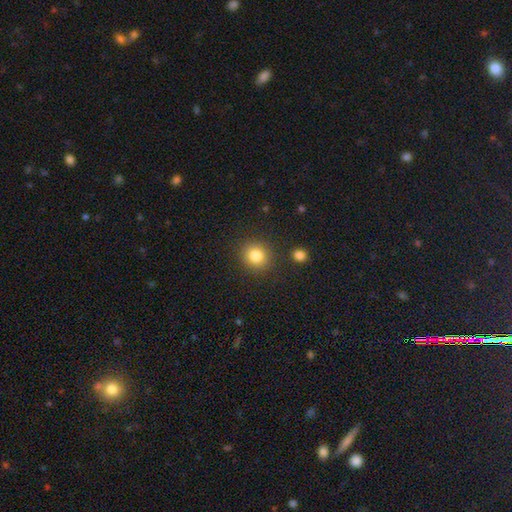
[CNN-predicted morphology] Smooth or featured? smooth (83%)
How rounded? round (88%)
Merging? none (87%)